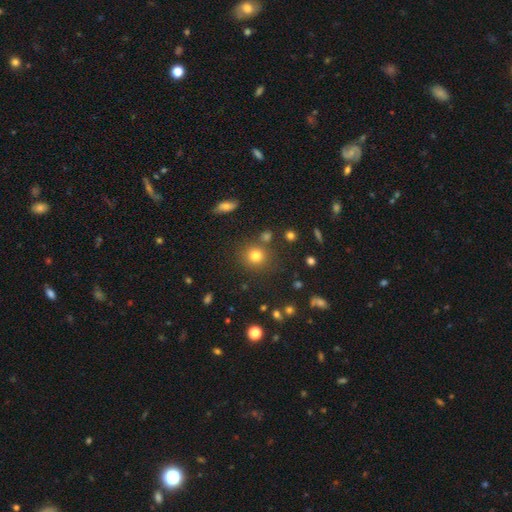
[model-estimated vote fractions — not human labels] The model was most divided on "smooth or featured": smooth: 77%, star or artifact: 15%, featured or disk: 8%. More confident: how rounded — round (88%); merging — none (79%).